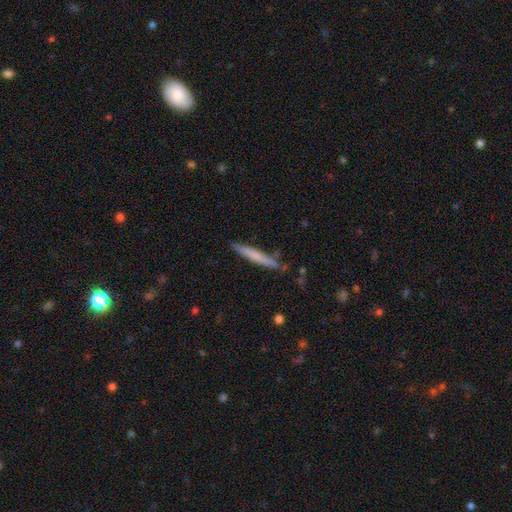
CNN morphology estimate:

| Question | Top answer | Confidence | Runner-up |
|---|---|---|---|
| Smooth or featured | smooth | 61% | featured or disk (33%) |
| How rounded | cigar-shaped | 96% | in between (3%) |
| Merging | none | 83% | minor disturbance (12%) |